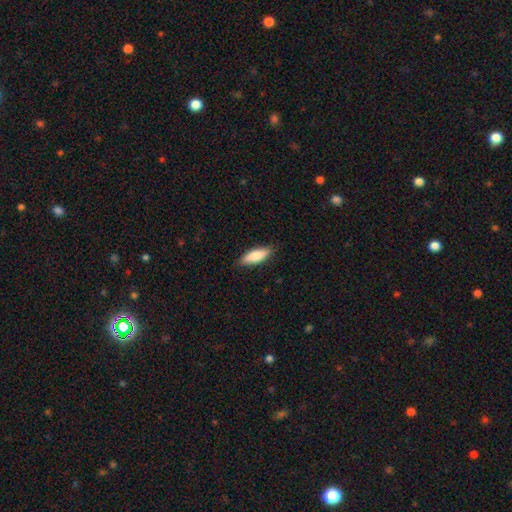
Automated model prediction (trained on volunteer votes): Smooth or featured? Predicted: smooth (p=0.83). How rounded? Predicted: in between (p=0.60). Merging? Predicted: none (p=0.86).